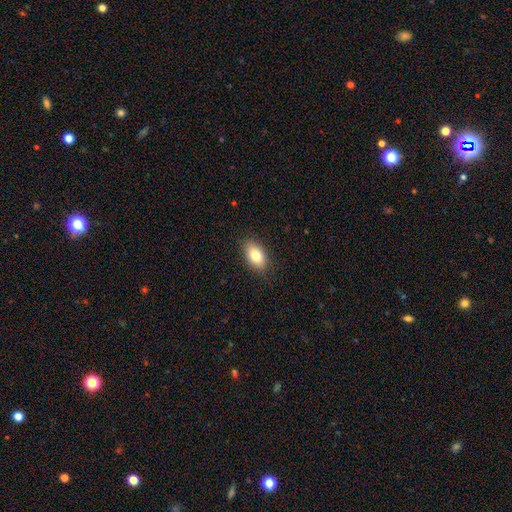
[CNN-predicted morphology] Overall: smooth (81%). How rounded: in between (91%). Merging: none (87%).